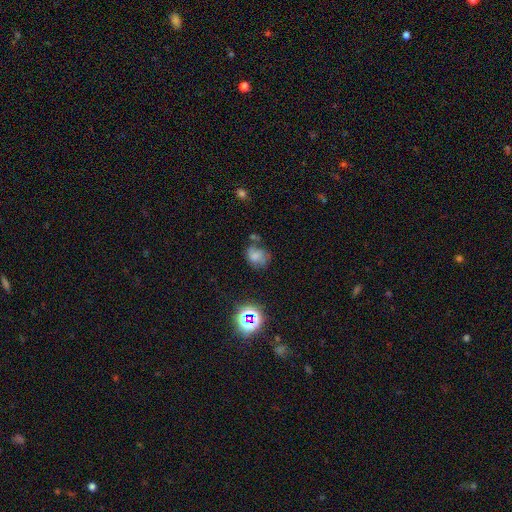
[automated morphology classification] Q: Smooth or featured?
A: smooth (59%); runner-up: featured or disk (21%)
Q: How rounded?
A: round (54%); runner-up: in between (45%)
Q: Merging?
A: none (48%); runner-up: minor disturbance (26%)